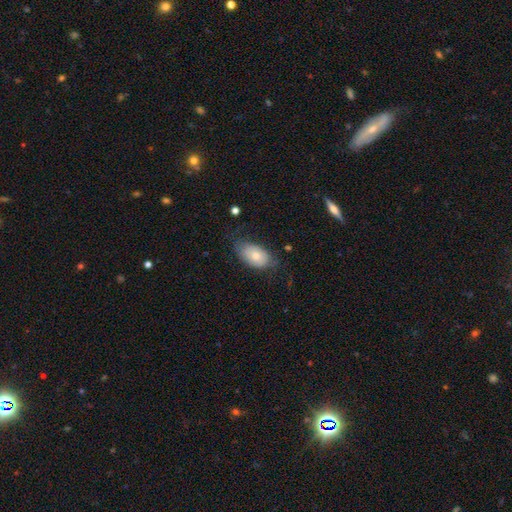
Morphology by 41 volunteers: smooth 76%, featured or disk 22%, star or artifact 2%. Down the decision tree: how rounded — in between (94%); merging — none (60%).